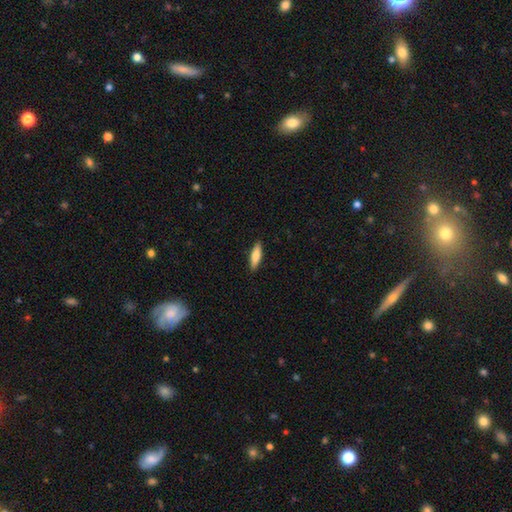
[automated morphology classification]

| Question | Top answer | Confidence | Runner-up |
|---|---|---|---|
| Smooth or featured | smooth | 76% | featured or disk (19%) |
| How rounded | cigar-shaped | 58% | in between (40%) |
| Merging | none | 89% | minor disturbance (8%) |